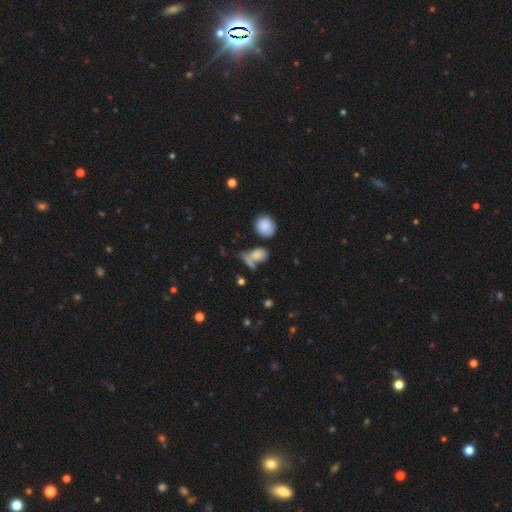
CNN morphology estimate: This appears to be a smooth galaxy with no disk features (74%) that is in between round and cigar-shaped (67%). Merging: none (38%).